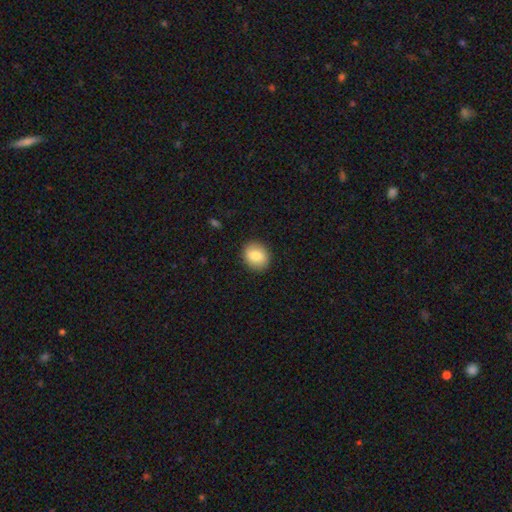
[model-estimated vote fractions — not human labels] smooth-or-featured: smooth: 82% | featured or disk: 11% | star or artifact: 8%
  how-rounded: round: 68% | in between: 31% | cigar-shaped: 1%
  merging: none: 89% | minor disturbance: 8% | major disturbance: 2% | merger: 1%